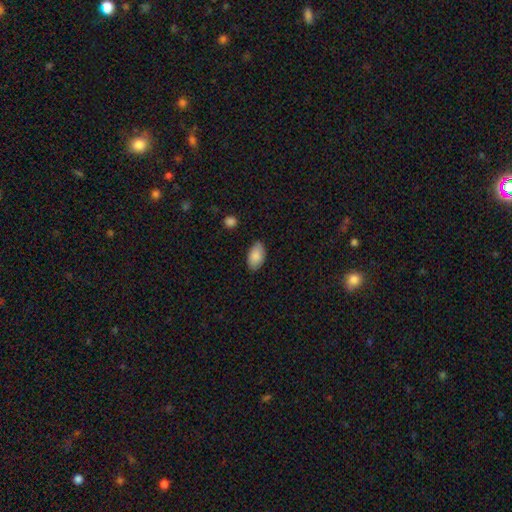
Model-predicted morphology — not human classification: smooth_or_featured: smooth (p=0.87) [alt: star or artifact p=0.07]
how_rounded: in between (p=0.94) [alt: round p=0.04]
merging: none (p=0.82) [alt: minor disturbance p=0.14]